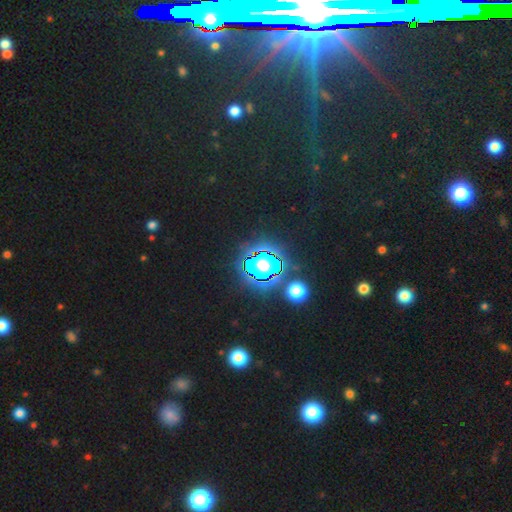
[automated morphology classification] A star or artifact, not a galaxy (79%).